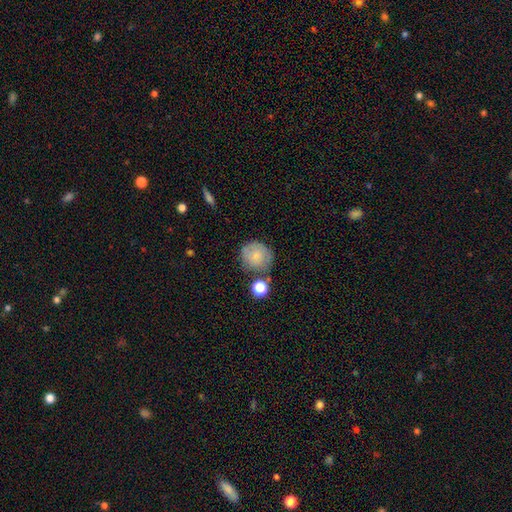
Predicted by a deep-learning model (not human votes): Smooth or featured?
  - smooth: 73% *
  - featured or disk: 18%
  - star or artifact: 9%
How rounded?
  - round: 87% *
  - in between: 12%
  - cigar-shaped: 1%
Merging?
  - none: 64% *
  - minor disturbance: 20%
  - merger: 10%
  - major disturbance: 6%